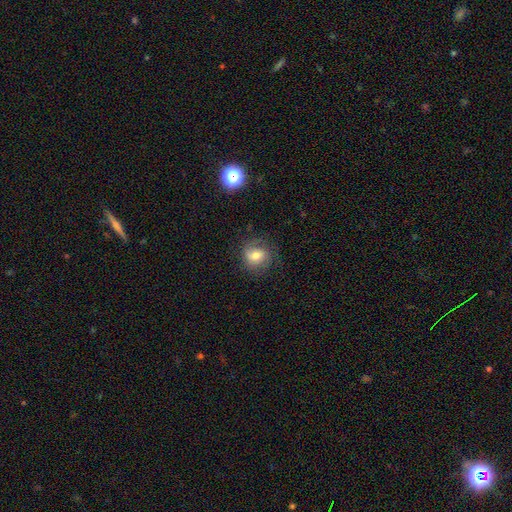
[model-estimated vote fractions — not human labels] smooth-or-featured: smooth: 50% | featured or disk: 39% | star or artifact: 11%
  how-rounded: round: 75% | in between: 24% | cigar-shaped: 1%
  merging: none: 71% | minor disturbance: 19% | major disturbance: 9% | merger: 1%